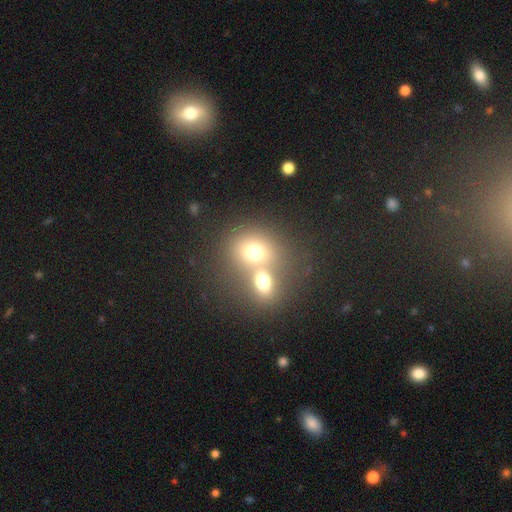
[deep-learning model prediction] This appears to be a smooth galaxy with no disk features (67%) that is round (61%). Merging: merger (67%).